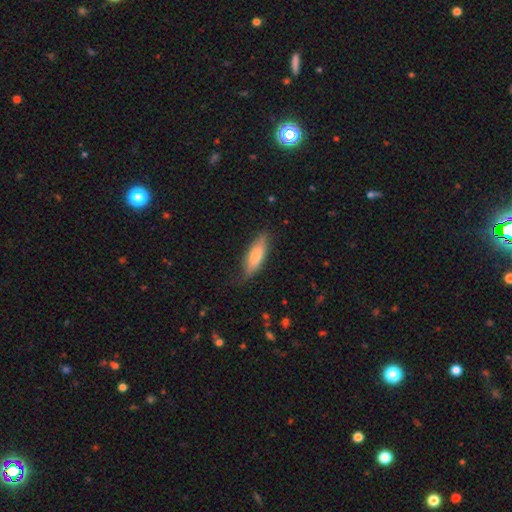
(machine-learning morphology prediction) Smooth or featured? Predicted: smooth (p=0.76). How rounded? Predicted: in between (p=0.50). Merging? Predicted: none (p=0.76).